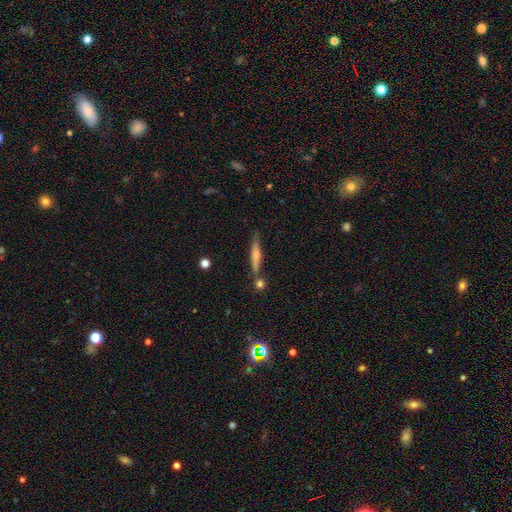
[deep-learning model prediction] A smooth galaxy with no disk features (49%). Merging: none (73%).